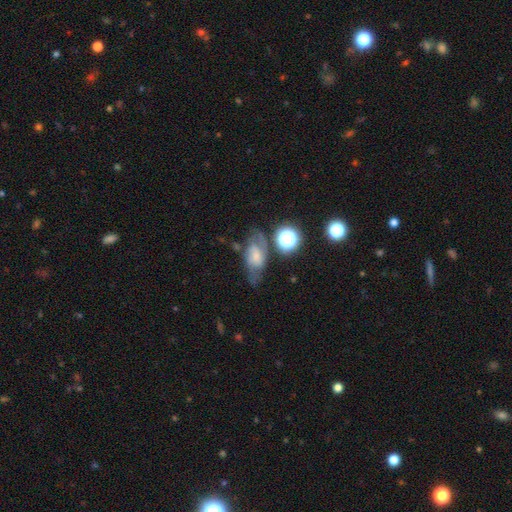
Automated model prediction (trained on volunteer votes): A featured or disk galaxy (51%).

Vote fractions:
- Smooth or featured? featured or disk: 51% / smooth: 36% / star or artifact: 13%
- Edge-on disk? no: 90% / yes: 10%
- Merging? none: 50% / minor disturbance: 25% / major disturbance: 17% / merger: 8%